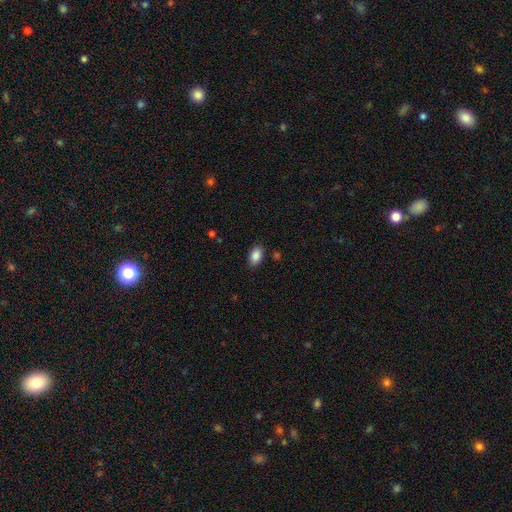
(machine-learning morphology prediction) smooth-or-featured: smooth: 88% | star or artifact: 8% | featured or disk: 4%
  how-rounded: in between: 89% | round: 10% | cigar-shaped: 2%
  merging: none: 84% | minor disturbance: 11% | major disturbance: 3% | merger: 2%